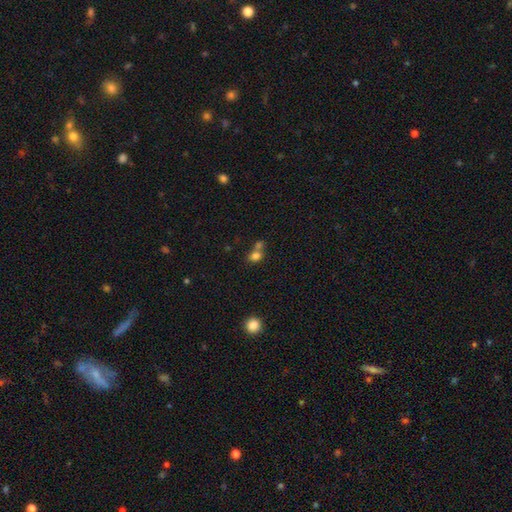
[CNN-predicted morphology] smooth-or-featured: smooth: 77% | star or artifact: 12% | featured or disk: 10%
  how-rounded: in between: 55% | round: 44% | cigar-shaped: 2%
  merging: merger: 49% | none: 38% | minor disturbance: 9% | major disturbance: 4%